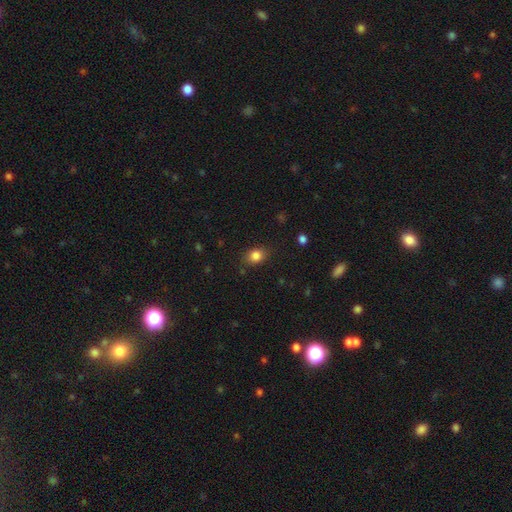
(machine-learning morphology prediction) Smooth or featured: smooth — 84% (star or artifact — 10%)
How rounded: in between — 54% (round — 44%)
Merging: none — 80% (minor disturbance — 15%)